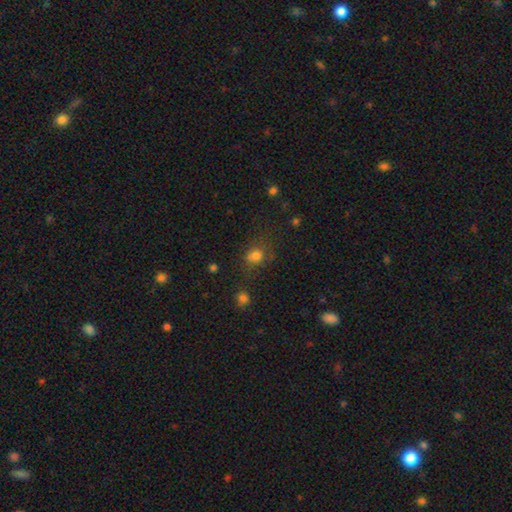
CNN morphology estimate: Smooth or featured?
  - smooth: 75% *
  - star or artifact: 17%
  - featured or disk: 8%
How rounded?
  - round: 68% *
  - in between: 31%
  - cigar-shaped: 1%
Merging?
  - none: 57% *
  - minor disturbance: 19%
  - merger: 13%
  - major disturbance: 10%